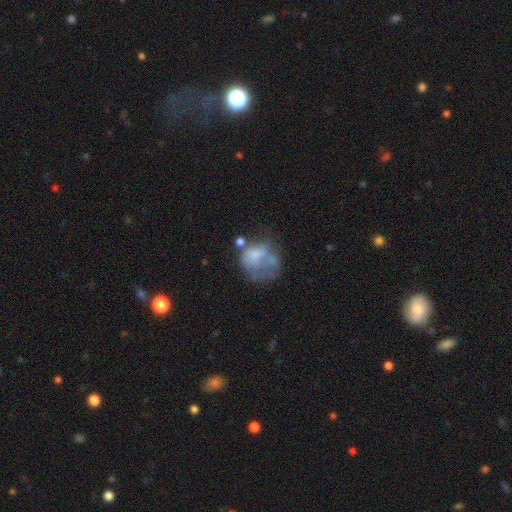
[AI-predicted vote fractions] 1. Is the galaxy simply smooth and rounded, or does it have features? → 49% smooth, 39% featured or disk, 12% star or artifact.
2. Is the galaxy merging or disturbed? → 36% major disturbance, 25% none, 20% merger, 19% minor disturbance.